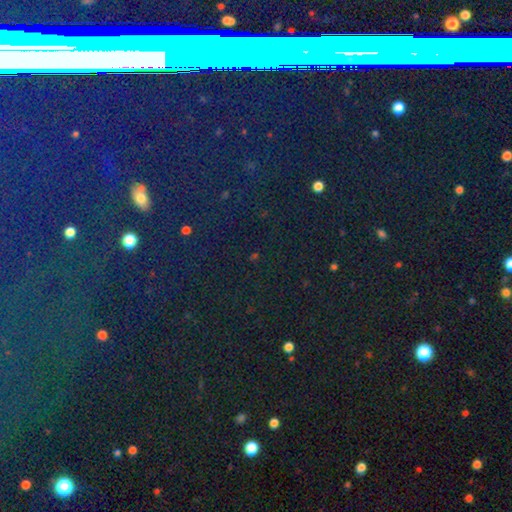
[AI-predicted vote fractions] This appears to be a star or artifact, not a galaxy (77%).